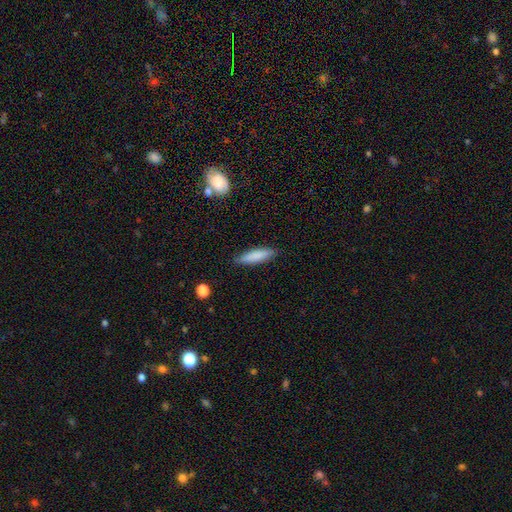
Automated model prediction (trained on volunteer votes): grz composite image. It shows a smooth galaxy with no disk features (82%) that is cigar-shaped (74%). Merging: none (86%).